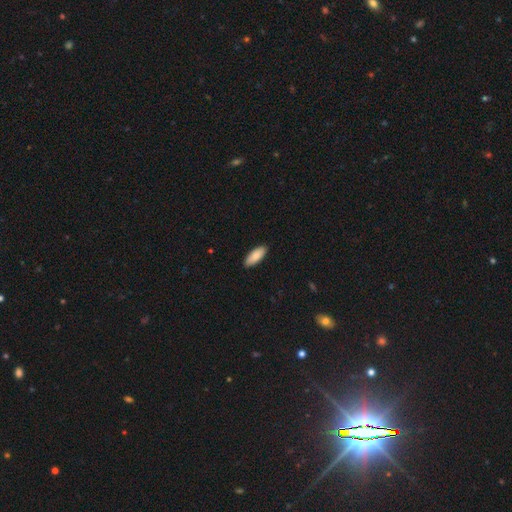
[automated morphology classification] type=smooth (87%); roundness=in between (77%); merging=none (90%).